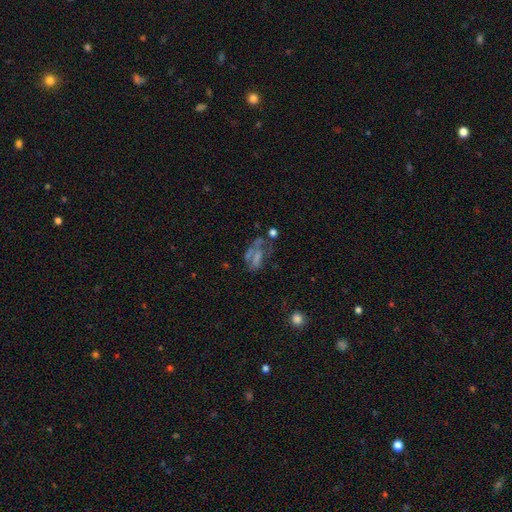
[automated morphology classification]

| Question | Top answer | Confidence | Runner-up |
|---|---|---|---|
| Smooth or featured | featured or disk | 48% | smooth (33%) |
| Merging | major disturbance | 39% | none (29%) |